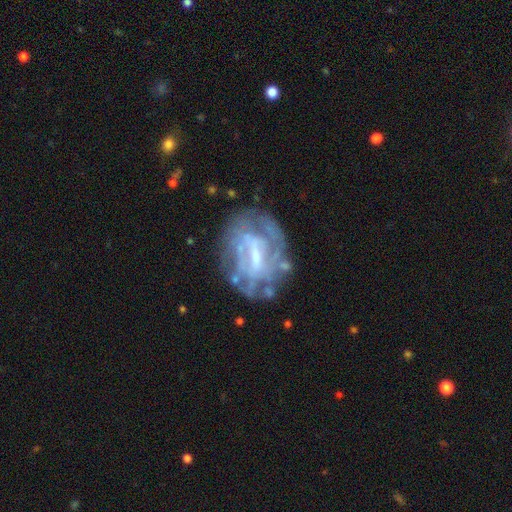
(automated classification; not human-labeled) Morphology: type=featured or disk (78%); edge-on=no (96%); bar=weak (47%); spiral arms=yes (59%); bulge=small (48%); merging=none (60%).